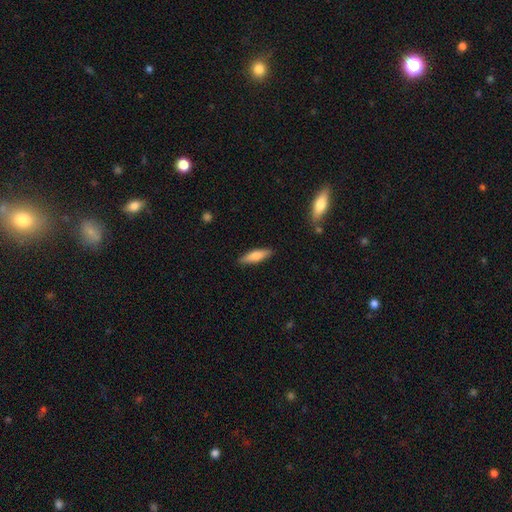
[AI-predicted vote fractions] Smooth or featured: smooth — 69% (featured or disk — 25%)
How rounded: cigar-shaped — 64% (in between — 34%)
Merging: none — 88% (minor disturbance — 9%)